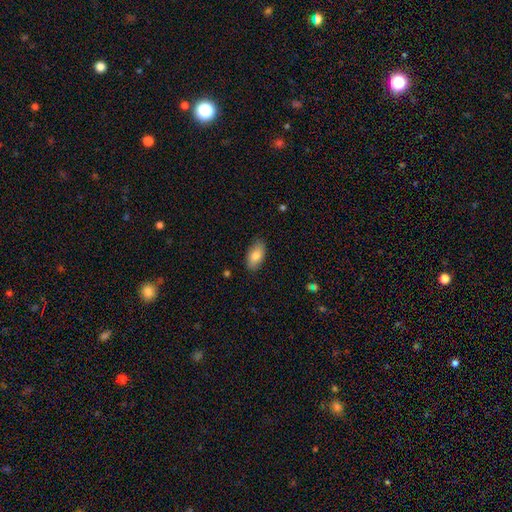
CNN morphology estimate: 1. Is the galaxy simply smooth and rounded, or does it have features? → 83% smooth, 11% featured or disk, 6% star or artifact.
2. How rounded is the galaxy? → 94% in between, 3% cigar-shaped, 3% round.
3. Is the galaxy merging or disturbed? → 85% none, 12% minor disturbance, 2% major disturbance, 1% merger.